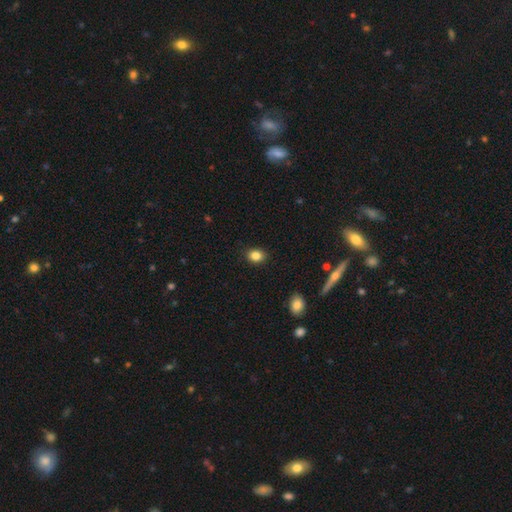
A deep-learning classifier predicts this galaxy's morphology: smooth 85%, star or artifact 10%, featured or disk 5%. Down the decision tree: how rounded — in between (54%); merging — none (89%).